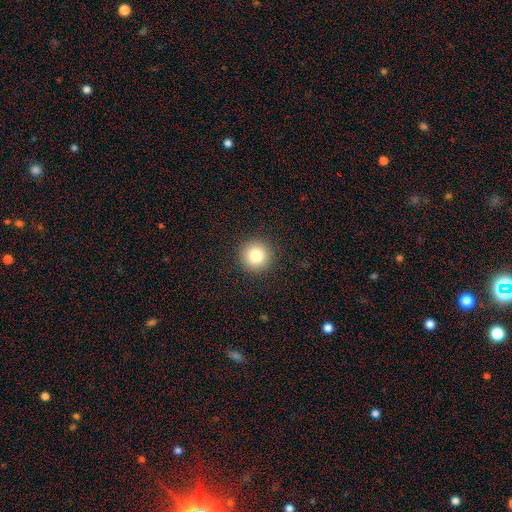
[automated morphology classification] A smooth galaxy with no disk features (82%) that is round (96%).

Vote fractions:
- Smooth or featured? smooth: 82% / star or artifact: 11% / featured or disk: 7%
- How rounded? round: 96% / in between: 3% / cigar-shaped: 1%
- Merging? none: 92% / minor disturbance: 5% / major disturbance: 2% / merger: 1%